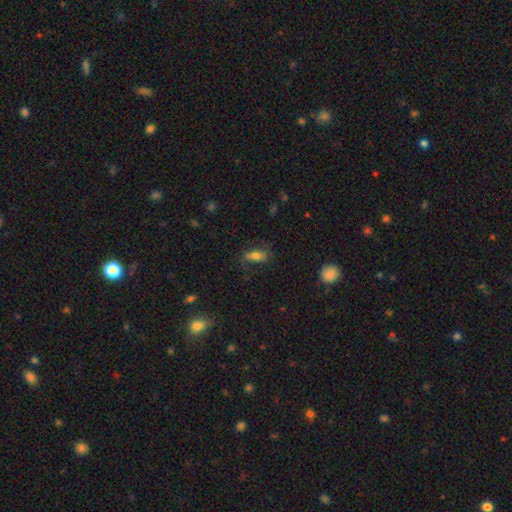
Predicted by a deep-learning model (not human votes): Smooth or featured: smooth — 66% (featured or disk — 24%)
How rounded: in between — 77% (cigar-shaped — 18%)
Merging: none — 67% (minor disturbance — 20%)